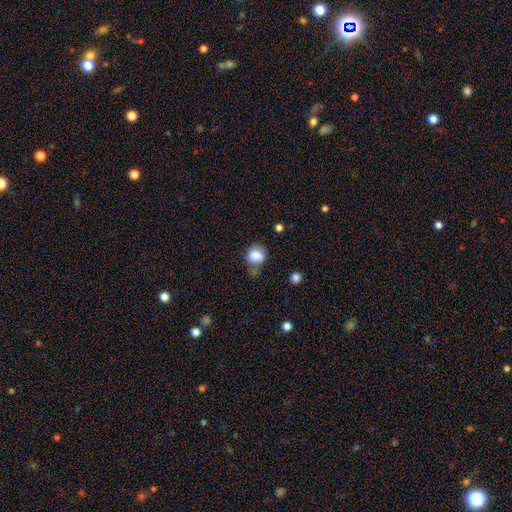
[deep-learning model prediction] Morphology: type=smooth (83%); roundness=round (70%); merging=none (56%).